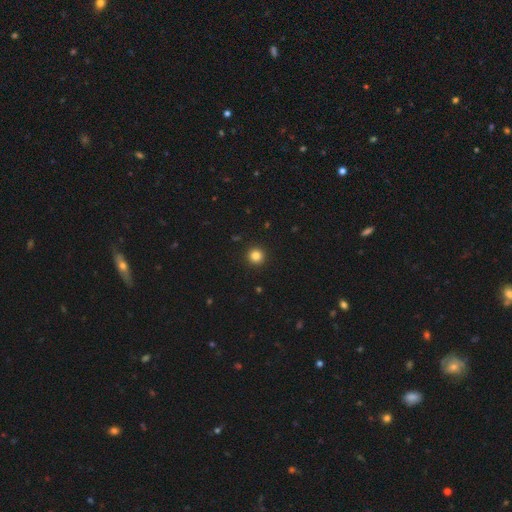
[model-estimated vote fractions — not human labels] Smooth or featured: smooth — 84% (star or artifact — 12%)
How rounded: round — 95% (in between — 4%)
Merging: none — 93% (minor disturbance — 4%)